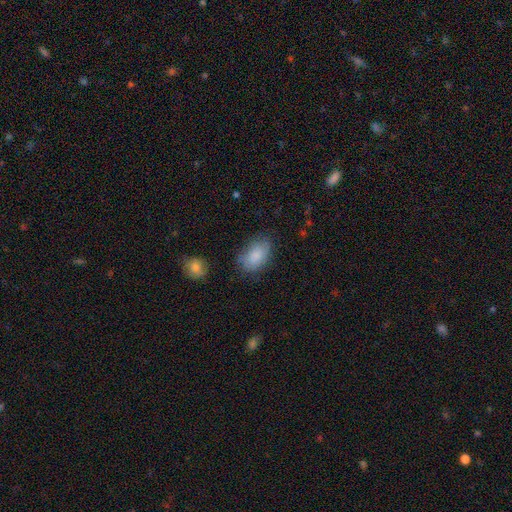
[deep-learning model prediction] This is clearly a smooth galaxy (83%). How rounded: clearly in between (91%). Merging: likely none (71%).